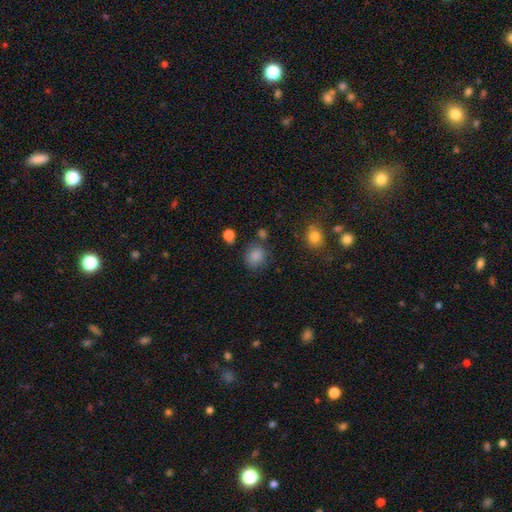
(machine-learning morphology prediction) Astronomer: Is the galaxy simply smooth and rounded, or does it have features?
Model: smooth — 84%.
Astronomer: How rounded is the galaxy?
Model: round — 65%.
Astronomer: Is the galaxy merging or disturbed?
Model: none — 71%.